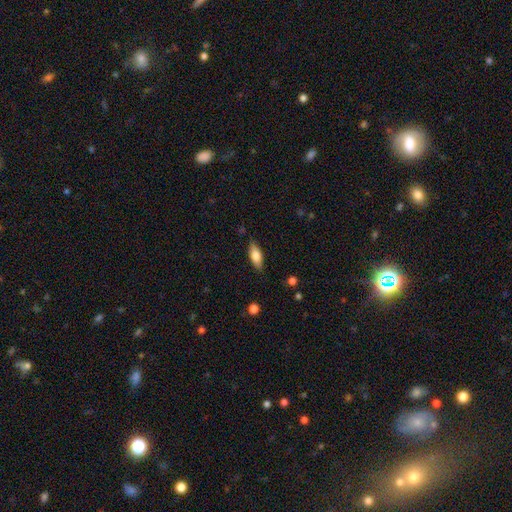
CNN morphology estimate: This is likely a smooth galaxy (73%). How rounded: likely in between (70%). Merging: clearly none (85%).